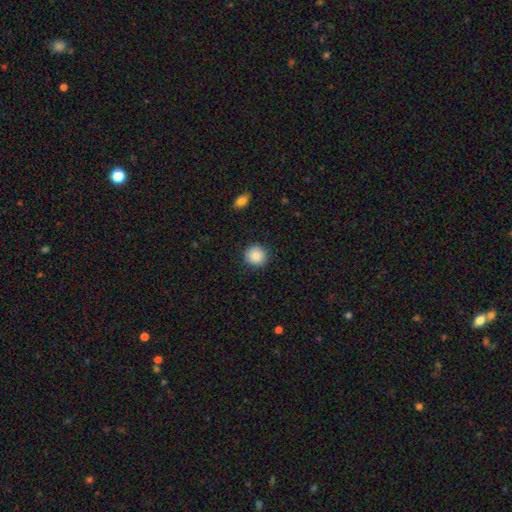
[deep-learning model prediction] Smooth or featured?
  - smooth: 89% *
  - star or artifact: 8%
  - featured or disk: 3%
How rounded?
  - round: 93% *
  - in between: 6%
  - cigar-shaped: 1%
Merging?
  - none: 90% *
  - minor disturbance: 7%
  - major disturbance: 2%
  - merger: 1%